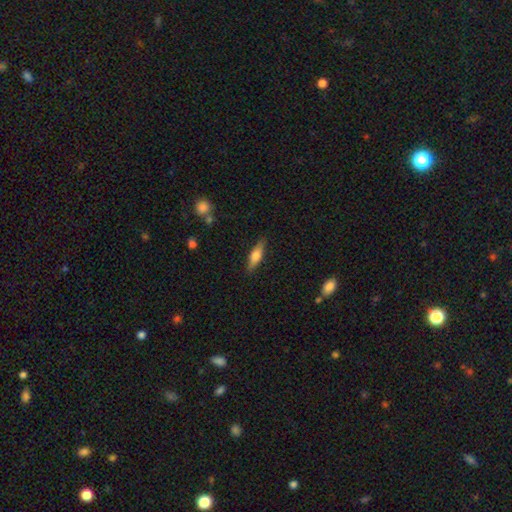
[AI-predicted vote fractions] Morphology: type=smooth (59%); roundness=cigar-shaped (56%); merging=none (85%).